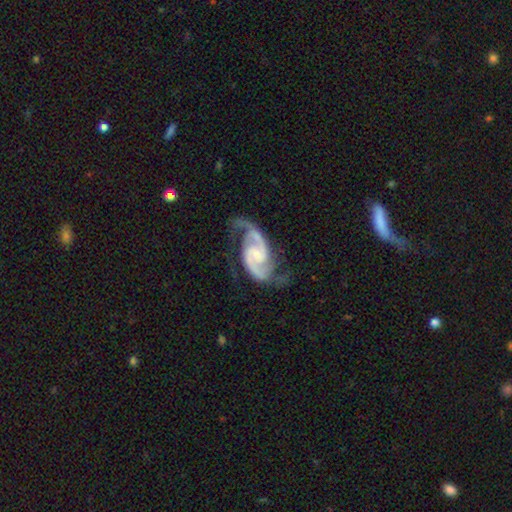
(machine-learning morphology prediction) Overall: featured or disk (93%). Edge-on disk: no (98%). Bar: no (48%; weak 39%). Spiral arms: yes (99%). Spiral arm count: 2 (93%). Spiral winding: medium (59%; tight 23%). Bulge size: small (63%; moderate 25%). Merging: none (69%).